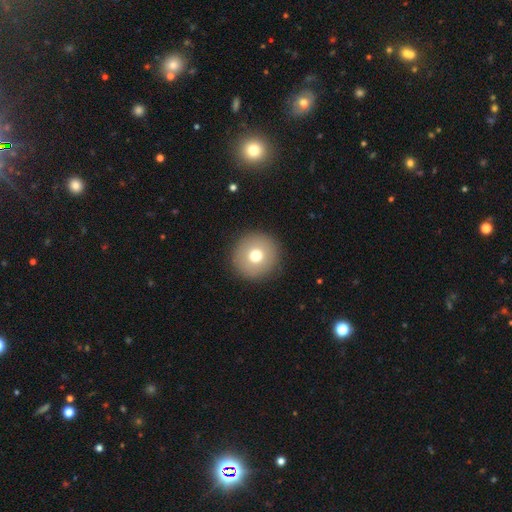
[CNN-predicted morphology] smooth_or_featured: smooth (p=0.72) [alt: featured or disk p=0.17]
how_rounded: round (p=0.95) [alt: in between p=0.04]
merging: none (p=0.92) [alt: minor disturbance p=0.05]